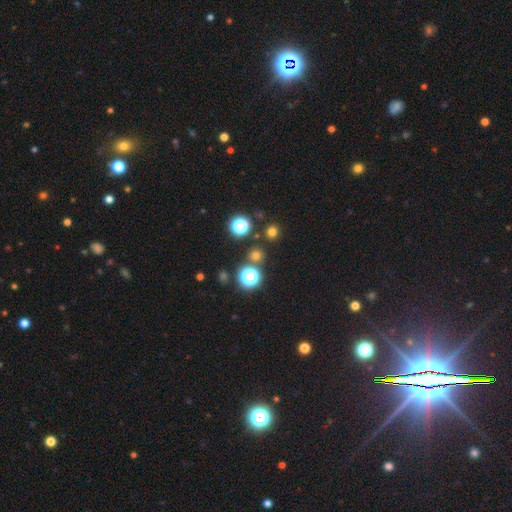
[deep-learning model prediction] Smooth or featured: smooth — 63% (star or artifact — 31%)
How rounded: round — 91% (in between — 8%)
Merging: none — 82% (merger — 8%)